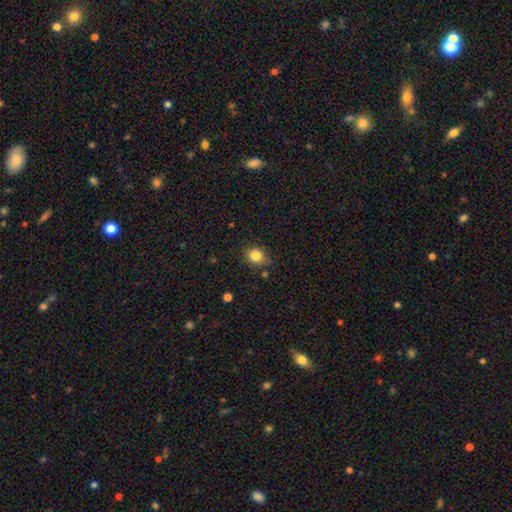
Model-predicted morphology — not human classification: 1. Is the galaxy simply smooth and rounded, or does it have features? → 84% smooth, 11% star or artifact, 5% featured or disk.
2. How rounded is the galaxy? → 65% round, 34% in between, 1% cigar-shaped.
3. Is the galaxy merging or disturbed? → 76% none, 17% minor disturbance, 4% major disturbance, 3% merger.